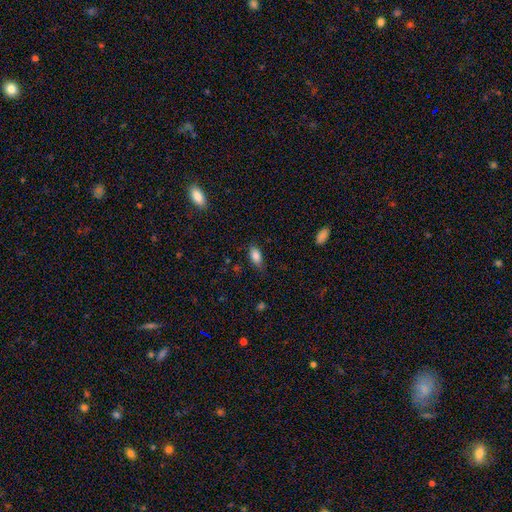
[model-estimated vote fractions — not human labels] A smooth galaxy with no disk features (84%) that is in between round and cigar-shaped (87%). Merging: none (75%).